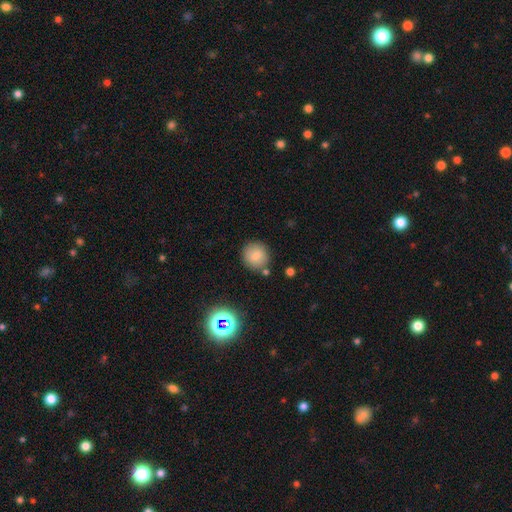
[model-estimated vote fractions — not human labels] This appears to be a smooth galaxy with no disk features (79%) that is round (90%). Merging: none (81%).